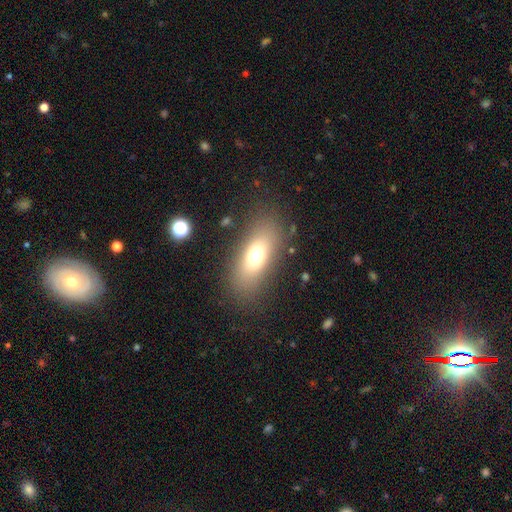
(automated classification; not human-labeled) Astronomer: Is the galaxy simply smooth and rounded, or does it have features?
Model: smooth — 68%.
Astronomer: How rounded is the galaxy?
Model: in between — 78%.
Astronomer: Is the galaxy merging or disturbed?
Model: none — 83%.